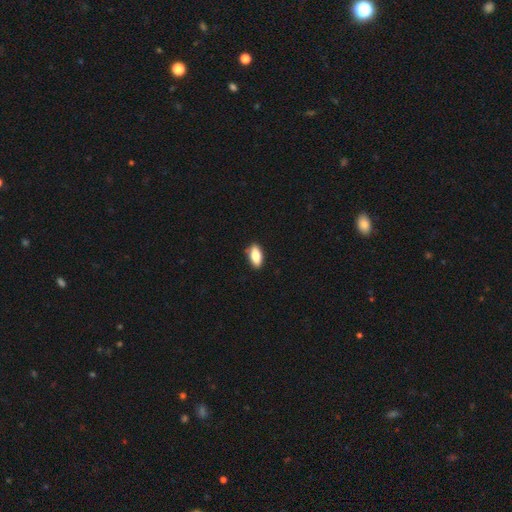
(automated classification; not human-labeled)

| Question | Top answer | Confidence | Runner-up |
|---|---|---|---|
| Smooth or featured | smooth | 81% | featured or disk (12%) |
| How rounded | in between | 86% | cigar-shaped (11%) |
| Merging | none | 86% | minor disturbance (10%) |